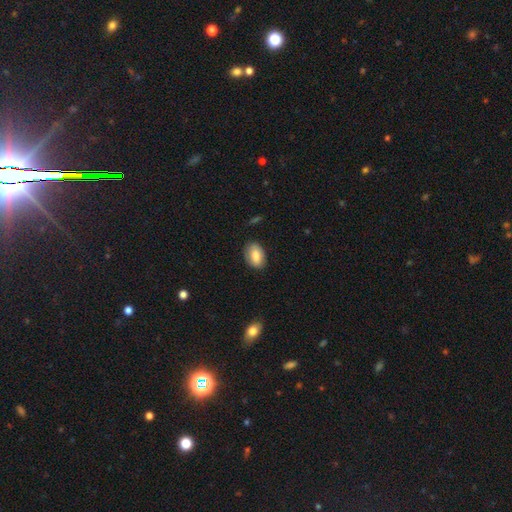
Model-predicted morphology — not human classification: Smooth or featured? Predicted: smooth (p=0.82). How rounded? Predicted: in between (p=0.87). Merging? Predicted: none (p=0.82).